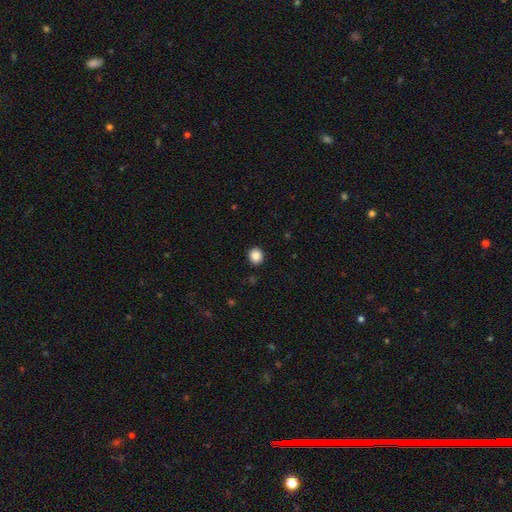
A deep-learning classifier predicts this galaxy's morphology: This appears to be a smooth galaxy with no disk features (87%) that is round (87%). Merging: none (91%).